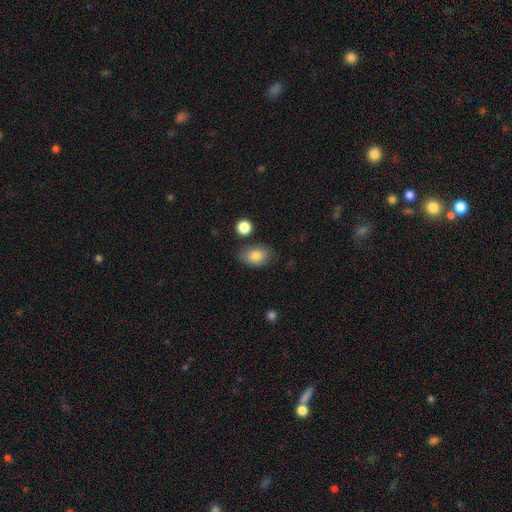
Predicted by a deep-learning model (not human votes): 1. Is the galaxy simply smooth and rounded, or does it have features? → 81% smooth, 11% featured or disk, 8% star or artifact.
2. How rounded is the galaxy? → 81% in between, 18% round, 1% cigar-shaped.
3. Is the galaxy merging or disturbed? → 75% none, 17% minor disturbance, 5% merger, 4% major disturbance.